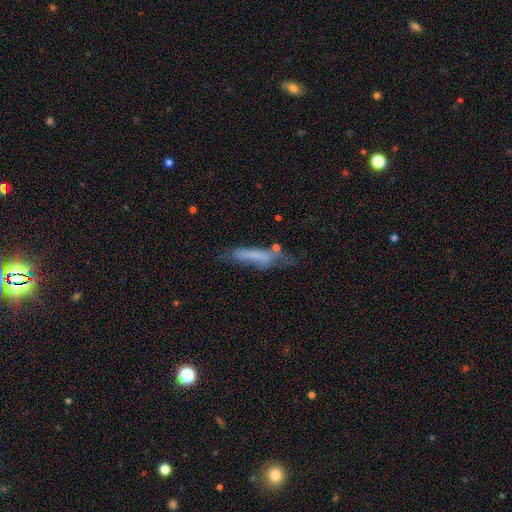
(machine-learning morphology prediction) This is possibly a smooth galaxy (54%). How rounded: likely cigar-shaped (77%). Merging: marginally none (36%).